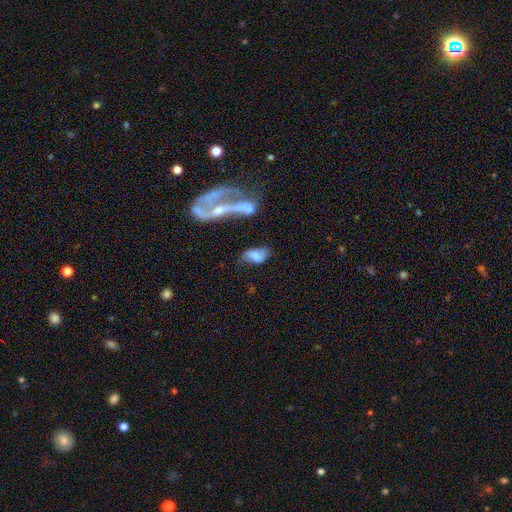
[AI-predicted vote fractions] Smooth or featured: smooth — 51% (featured or disk — 39%)
How rounded: in between — 88% (round — 8%)
Merging: none — 36% (minor disturbance — 24%)